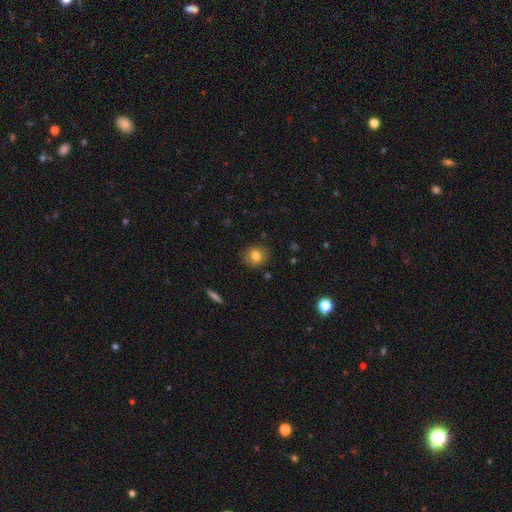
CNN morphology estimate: Q: Smooth or featured?
A: smooth (80%); runner-up: star or artifact (10%)
Q: How rounded?
A: round (83%); runner-up: in between (16%)
Q: Merging?
A: none (88%); runner-up: minor disturbance (9%)